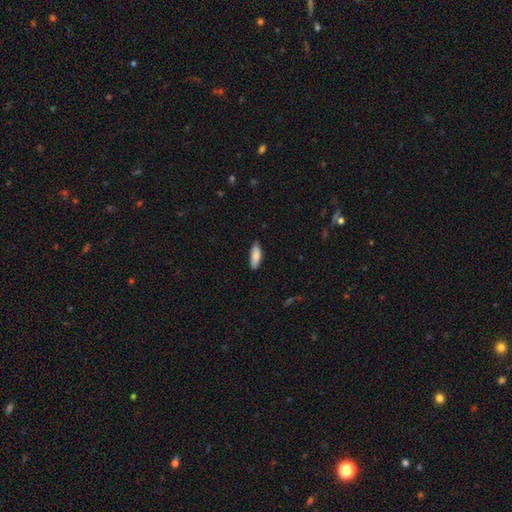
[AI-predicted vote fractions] Smooth or featured: smooth — 84% (featured or disk — 10%)
How rounded: in between — 65% (cigar-shaped — 34%)
Merging: none — 79% (minor disturbance — 17%)